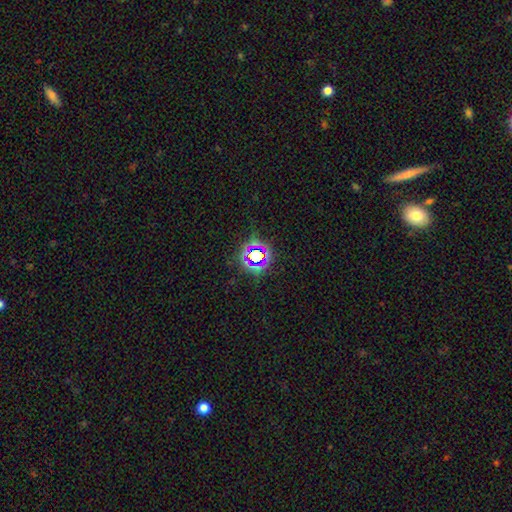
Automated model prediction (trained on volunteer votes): A star or artifact, not a galaxy (71%).

Vote fractions:
- Smooth or featured? star or artifact: 71% / smooth: 19% / featured or disk: 10%